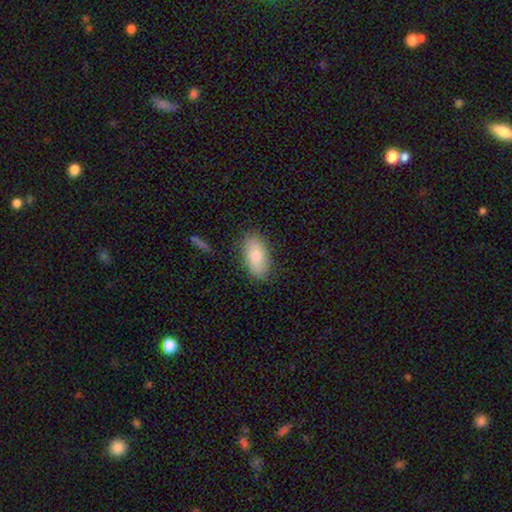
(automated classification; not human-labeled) Smooth or featured?
  - smooth: 79% *
  - featured or disk: 14%
  - star or artifact: 7%
How rounded?
  - in between: 93% *
  - cigar-shaped: 4%
  - round: 3%
Merging?
  - none: 83% *
  - minor disturbance: 13%
  - major disturbance: 3%
  - merger: 2%